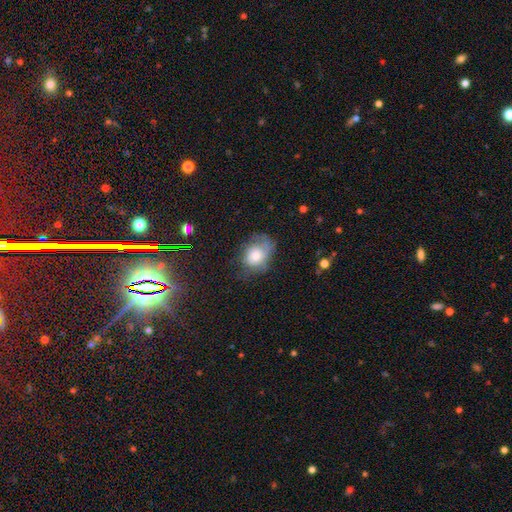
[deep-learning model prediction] This appears to be a smooth galaxy with no disk features (62%) that is in between round and cigar-shaped (57%). Merging: none (47%).